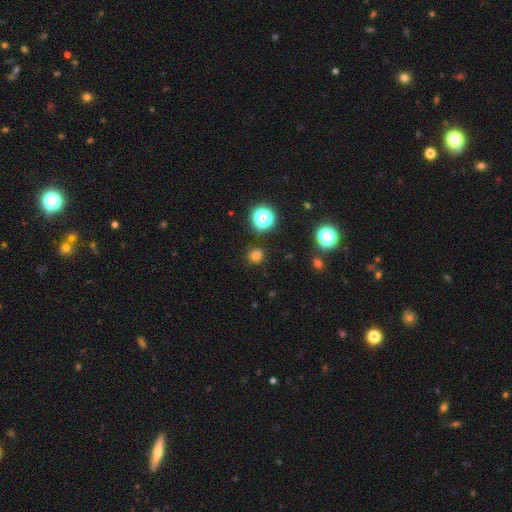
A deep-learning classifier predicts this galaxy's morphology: Smooth or featured: smooth — 74% (star or artifact — 21%)
How rounded: round — 89% (in between — 10%)
Merging: none — 88% (minor disturbance — 7%)